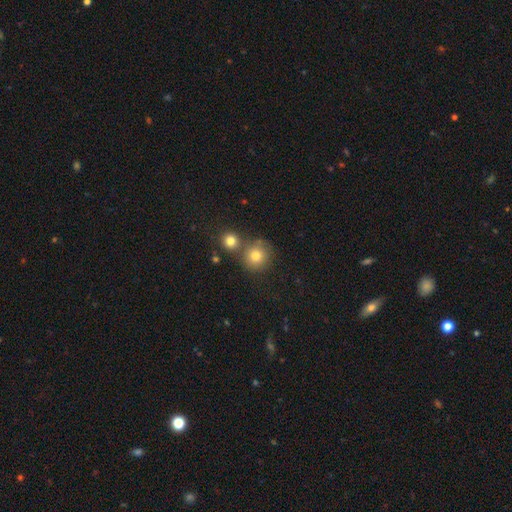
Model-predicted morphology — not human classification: Smooth or featured?
  - smooth: 79% *
  - star or artifact: 12%
  - featured or disk: 9%
How rounded?
  - round: 91% *
  - in between: 9%
  - cigar-shaped: 1%
Merging?
  - none: 65% *
  - merger: 22%
  - minor disturbance: 9%
  - major disturbance: 4%